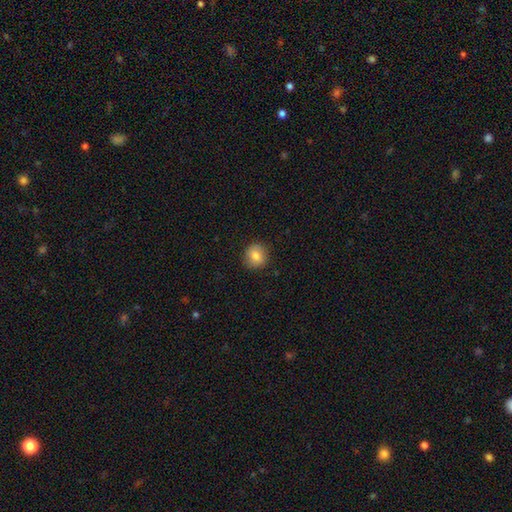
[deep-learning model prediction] This appears to be a smooth galaxy with no disk features (81%) that is round (87%). Merging: none (88%).